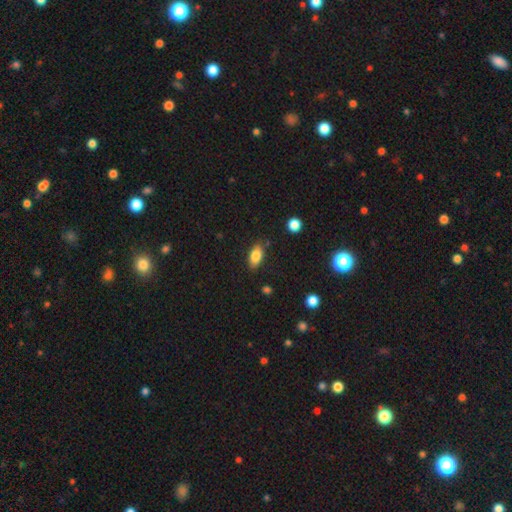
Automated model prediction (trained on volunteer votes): Morphology: type=smooth (82%); roundness=in between (89%); merging=none (82%).